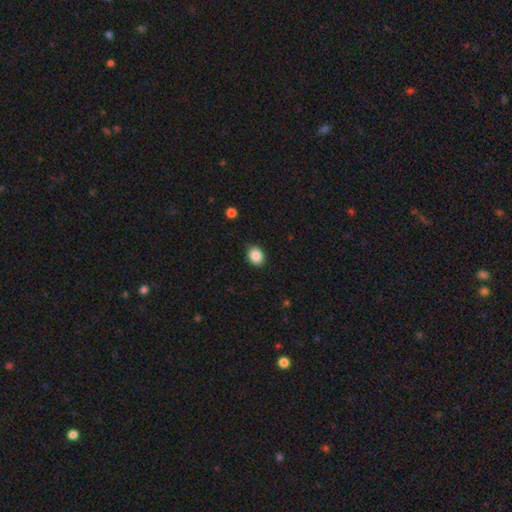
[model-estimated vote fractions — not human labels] Overall: smooth (87%). How rounded: in between (50%; round 49%). Merging: none (82%).